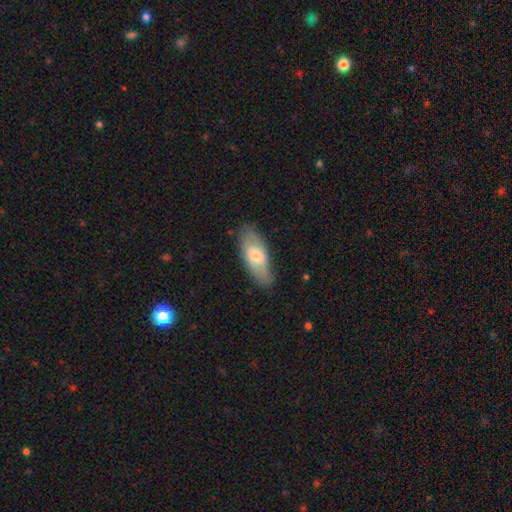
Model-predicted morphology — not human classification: Q: Smooth or featured?
A: smooth (60%); runner-up: featured or disk (35%)
Q: How rounded?
A: in between (80%); runner-up: cigar-shaped (17%)
Q: Merging?
A: none (77%); runner-up: minor disturbance (18%)